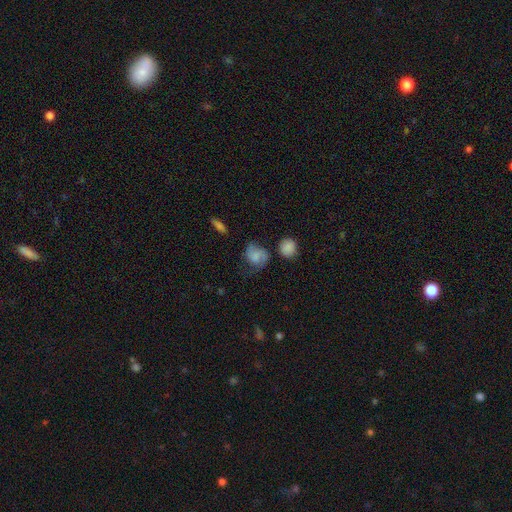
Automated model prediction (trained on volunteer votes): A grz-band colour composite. It shows a featured or disk galaxy (46%). Merging: none (48%).